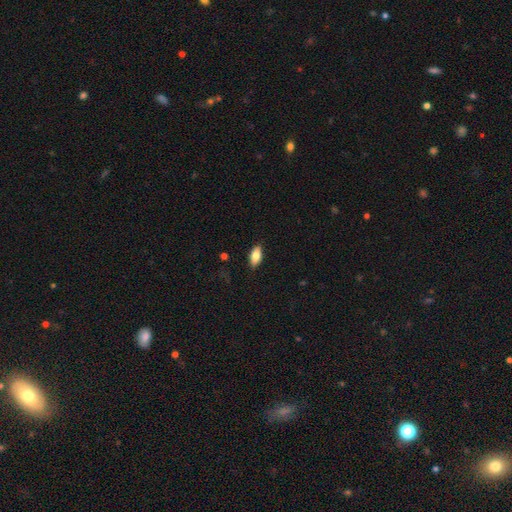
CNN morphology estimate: Smooth or featured: smooth — 76% (featured or disk — 17%)
How rounded: in between — 87% (cigar-shaped — 10%)
Merging: none — 88% (minor disturbance — 9%)